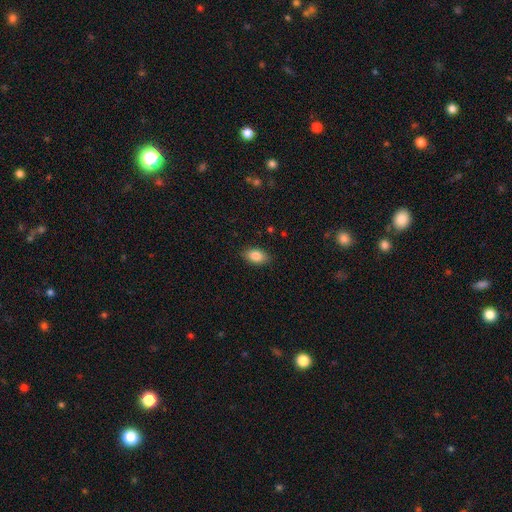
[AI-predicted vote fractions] A smooth galaxy with no disk features (84%) that is in between round and cigar-shaped (90%). Merging: none (88%).